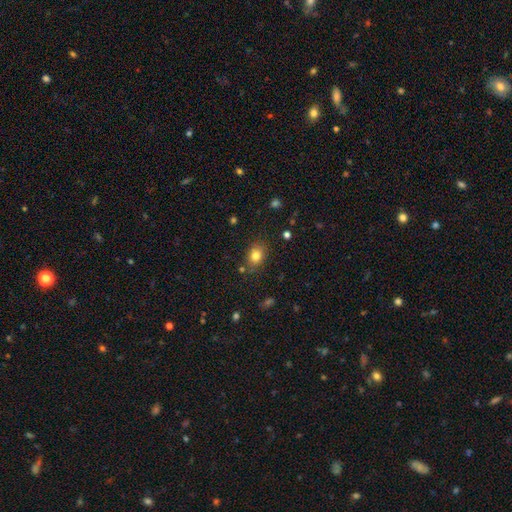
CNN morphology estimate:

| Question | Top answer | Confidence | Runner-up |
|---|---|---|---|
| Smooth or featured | smooth | 80% | star or artifact (11%) |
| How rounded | in between | 61% | round (38%) |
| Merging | none | 79% | minor disturbance (14%) |